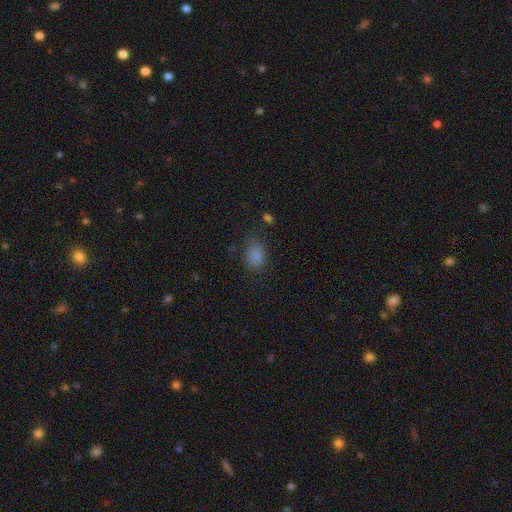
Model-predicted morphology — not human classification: This is clearly a smooth galaxy (83%). How rounded: likely in between (72%). Merging: likely none (74%).